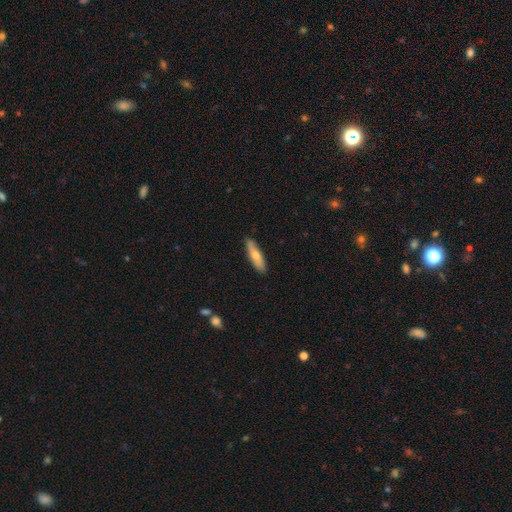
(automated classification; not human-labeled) Overall: smooth (66%; featured or disk 28%). How rounded: cigar-shaped (70%). Merging: none (87%).